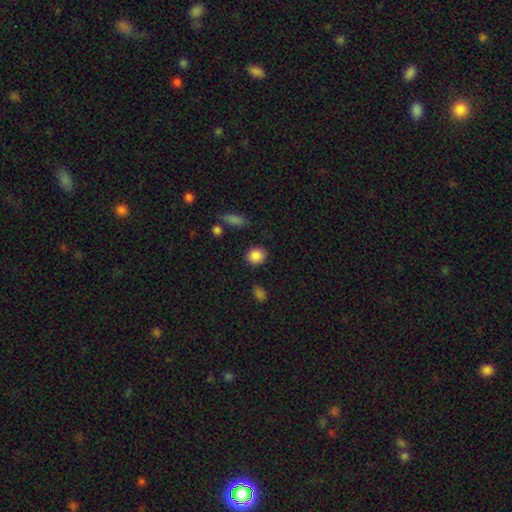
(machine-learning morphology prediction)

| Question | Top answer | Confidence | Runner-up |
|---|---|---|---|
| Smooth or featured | smooth | 87% | star or artifact (9%) |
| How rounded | round | 80% | in between (19%) |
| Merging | none | 87% | minor disturbance (8%) |